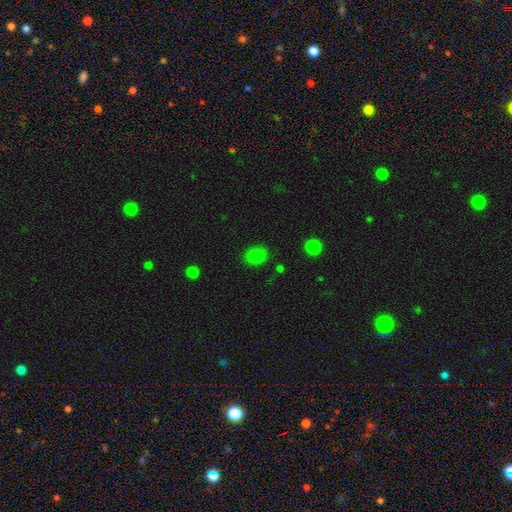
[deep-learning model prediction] Morphology: type=smooth (80%); roundness=round (51%); merging=none (82%).